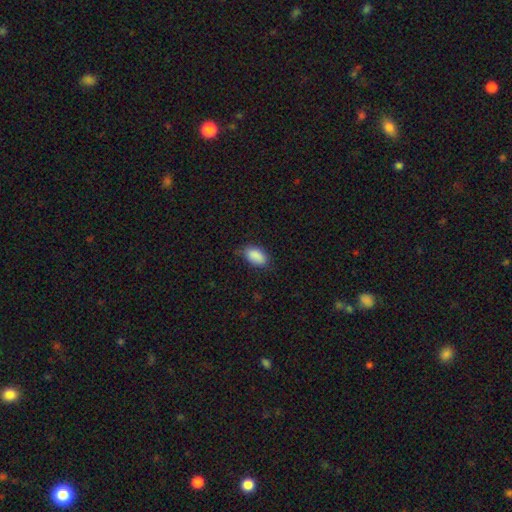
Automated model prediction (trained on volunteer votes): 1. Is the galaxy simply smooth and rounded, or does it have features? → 89% smooth, 7% star or artifact, 4% featured or disk.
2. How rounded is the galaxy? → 92% in between, 5% round, 3% cigar-shaped.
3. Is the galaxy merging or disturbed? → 74% none, 21% minor disturbance, 4% major disturbance, 1% merger.